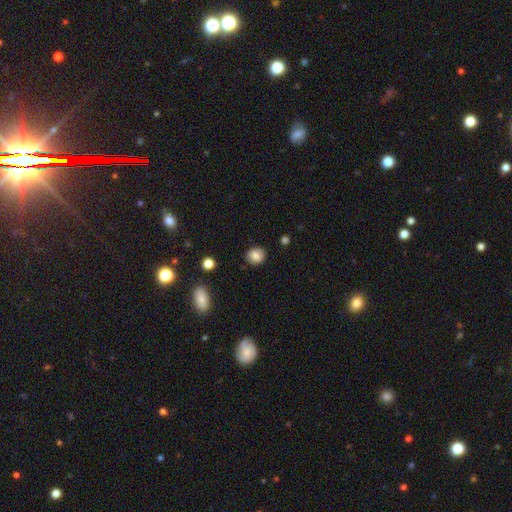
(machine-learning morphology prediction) type=smooth (83%); roundness=round (72%); merging=none (85%).